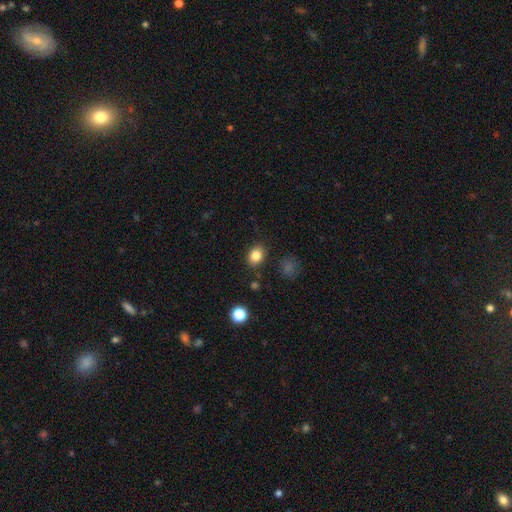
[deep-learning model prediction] Smooth or featured?
  - smooth: 83% *
  - star or artifact: 11%
  - featured or disk: 6%
How rounded?
  - in between: 52% *
  - round: 47%
  - cigar-shaped: 1%
Merging?
  - none: 83% *
  - minor disturbance: 11%
  - major disturbance: 3%
  - merger: 3%